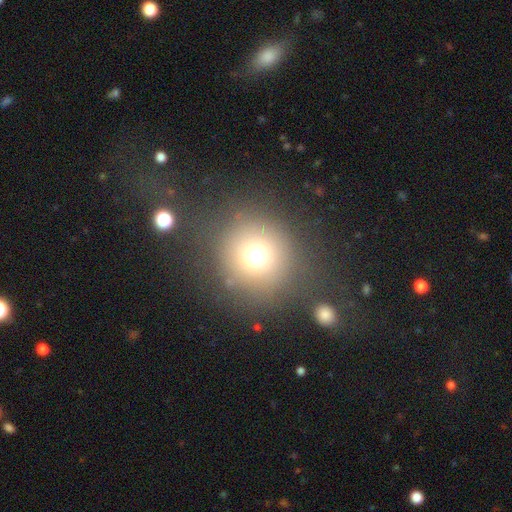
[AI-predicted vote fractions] A smooth galaxy with no disk features (70%) that is round (93%). Merging: none (78%).